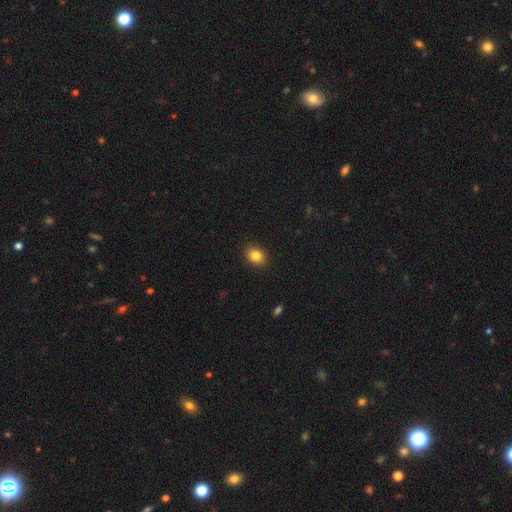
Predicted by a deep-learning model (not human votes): Q: Smooth or featured?
A: smooth (84%); runner-up: star or artifact (10%)
Q: How rounded?
A: in between (57%); runner-up: round (42%)
Q: Merging?
A: none (89%); runner-up: minor disturbance (8%)